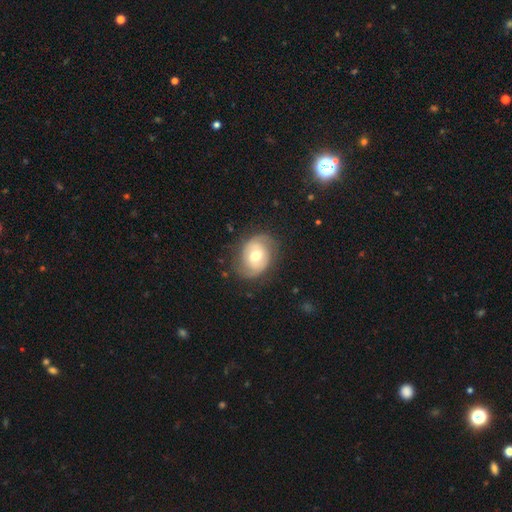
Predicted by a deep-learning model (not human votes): A featured or disk galaxy (59%) with no bar (53%), spiral arms (74%) and a moderate central bulge (72%). Merging: none (73%).